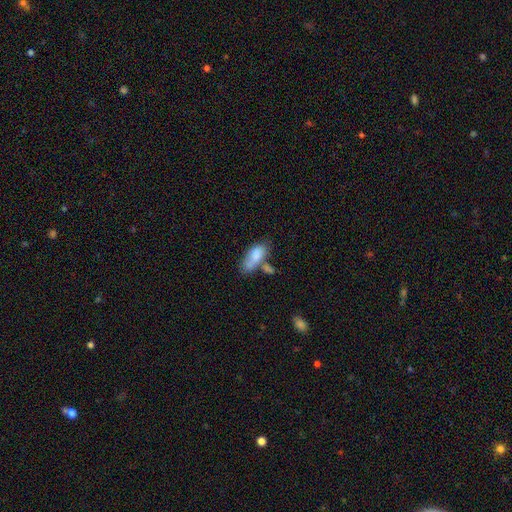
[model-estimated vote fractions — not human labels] A smooth galaxy with no disk features (76%) that is in between round and cigar-shaped (83%). Merging: merger (34%).